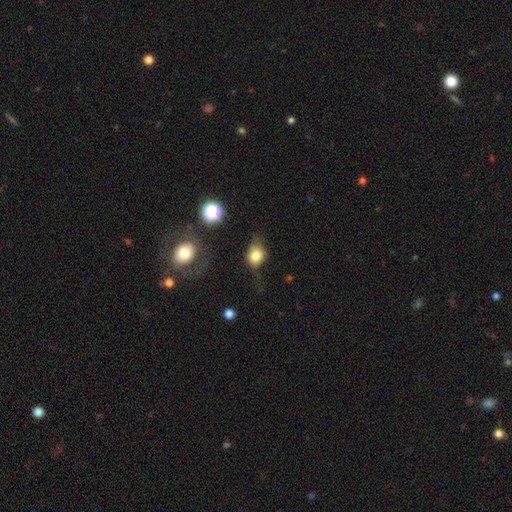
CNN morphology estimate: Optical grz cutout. It shows a smooth galaxy with no disk features (74%) that is round (51%). Merging: none (42%).